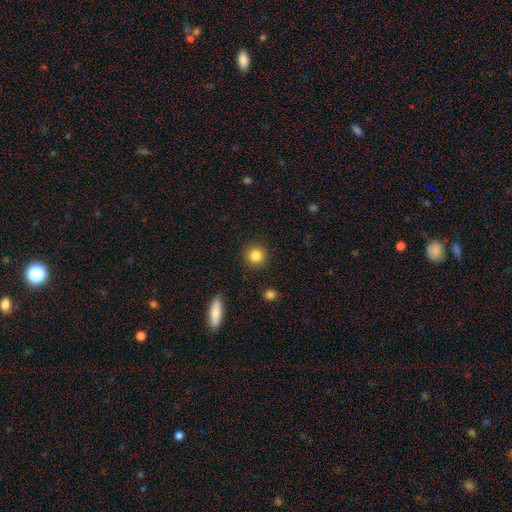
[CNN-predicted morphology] The model was most divided on "smooth or featured": smooth: 85%, star or artifact: 10%, featured or disk: 5%. More confident: how rounded — round (93%); merging — none (90%).